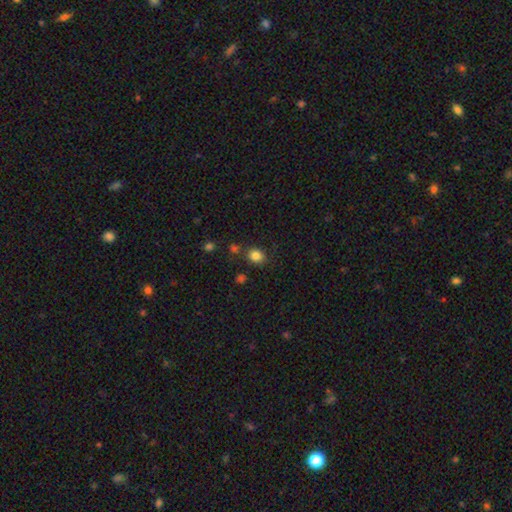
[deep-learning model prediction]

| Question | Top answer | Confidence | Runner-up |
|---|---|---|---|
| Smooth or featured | smooth | 83% | star or artifact (12%) |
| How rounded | round | 65% | in between (34%) |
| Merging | none | 79% | minor disturbance (11%) |